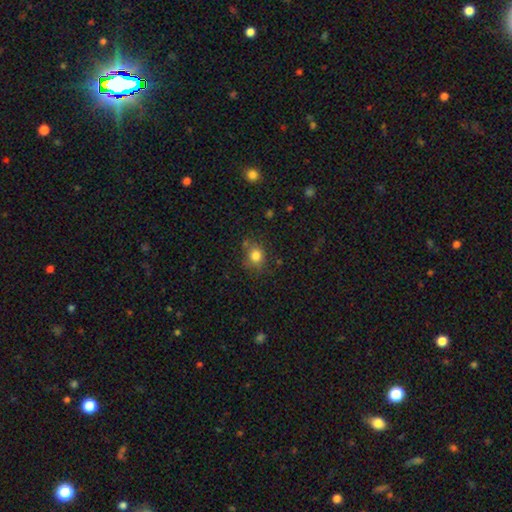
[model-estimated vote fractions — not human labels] A smooth galaxy with no disk features (81%) that is round (69%). Merging: none (71%).